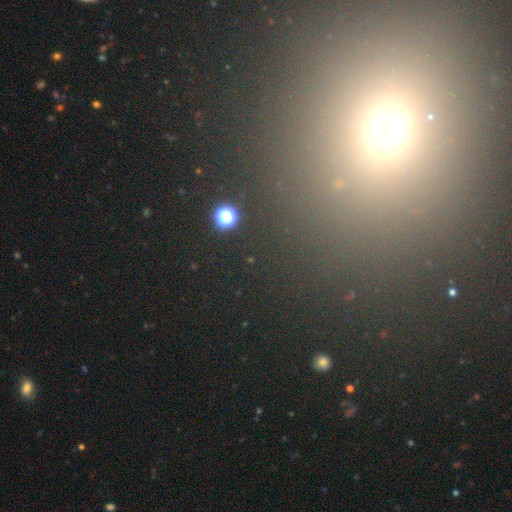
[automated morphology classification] The model was most divided on "smooth or featured": star or artifact: 51%, smooth: 40%, featured or disk: 9%.